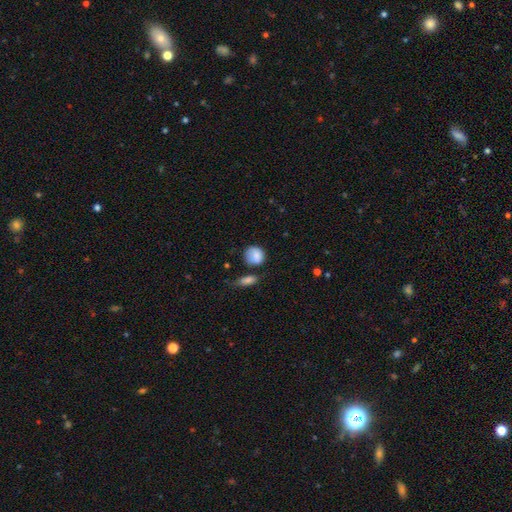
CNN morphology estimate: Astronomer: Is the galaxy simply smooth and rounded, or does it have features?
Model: smooth — 85%.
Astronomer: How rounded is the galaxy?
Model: round — 79%.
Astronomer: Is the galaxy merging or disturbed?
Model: none — 57%.